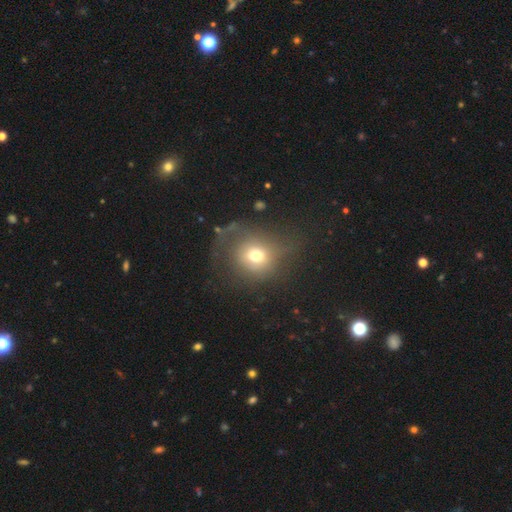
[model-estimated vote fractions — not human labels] This appears to be a smooth galaxy with no disk features (63%) that is round (80%). Merging: none (49%).